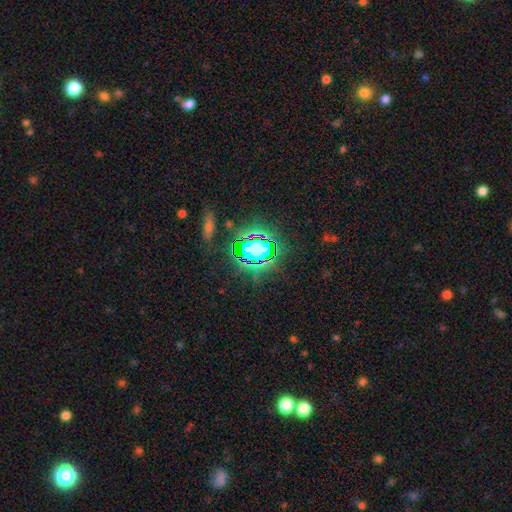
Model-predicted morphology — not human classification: type=star or artifact (79%).